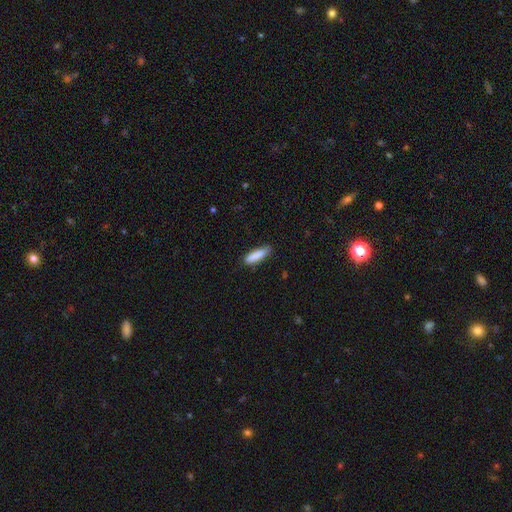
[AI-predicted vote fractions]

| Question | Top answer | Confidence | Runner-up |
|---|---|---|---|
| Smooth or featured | smooth | 86% | featured or disk (8%) |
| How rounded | cigar-shaped | 70% | in between (29%) |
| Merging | none | 77% | minor disturbance (18%) |